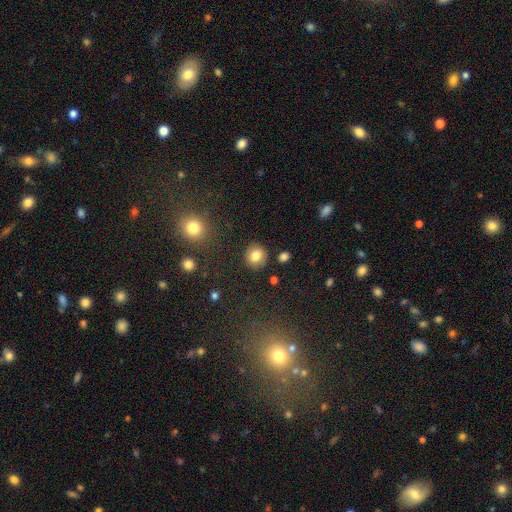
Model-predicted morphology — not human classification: A smooth galaxy with no disk features (82%) that is round (82%).

Vote fractions:
- Smooth or featured? smooth: 82% / star or artifact: 10% / featured or disk: 9%
- How rounded? round: 82% / in between: 17% / cigar-shaped: 1%
- Merging? none: 87% / minor disturbance: 8% / major disturbance: 3% / merger: 2%